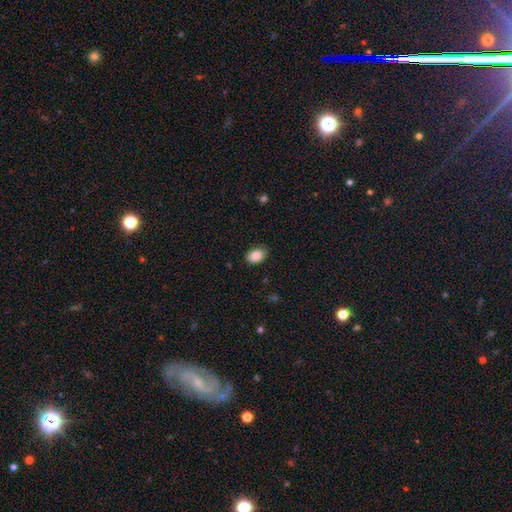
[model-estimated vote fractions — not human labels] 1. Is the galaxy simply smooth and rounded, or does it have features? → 87% smooth, 8% star or artifact, 5% featured or disk.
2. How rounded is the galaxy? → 84% in between, 15% round, 1% cigar-shaped.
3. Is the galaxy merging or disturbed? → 86% none, 11% minor disturbance, 2% major disturbance, 1% merger.